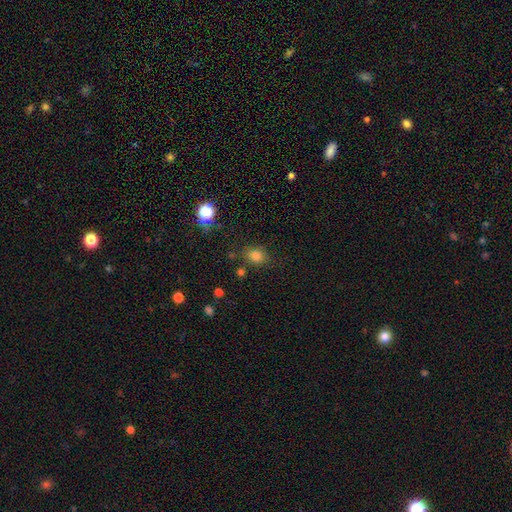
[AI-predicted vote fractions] smooth-or-featured: smooth: 79% | star or artifact: 15% | featured or disk: 6%
  how-rounded: round: 53% | in between: 46% | cigar-shaped: 1%
  merging: none: 77% | minor disturbance: 13% | merger: 5% | major disturbance: 5%